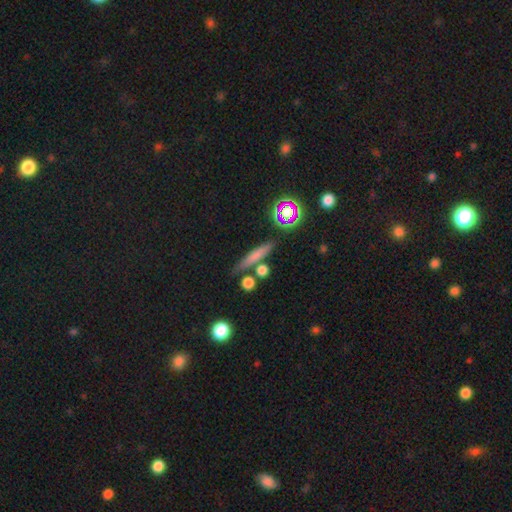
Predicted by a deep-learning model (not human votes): This appears to be a smooth galaxy with no disk features (65%) that is cigar-shaped (82%). Merging: none (79%).